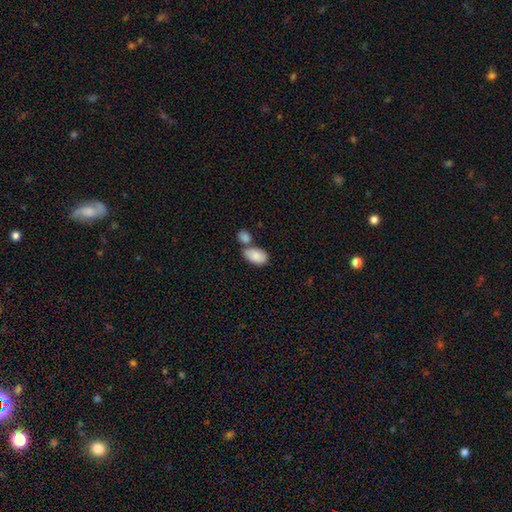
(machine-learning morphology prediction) Smooth or featured?
  - smooth: 87% *
  - featured or disk: 7%
  - star or artifact: 6%
How rounded?
  - in between: 94% *
  - round: 5%
  - cigar-shaped: 2%
Merging?
  - merger: 41% * (tied)
  - none: 41% * (tied)
  - minor disturbance: 13%
  - major disturbance: 5%